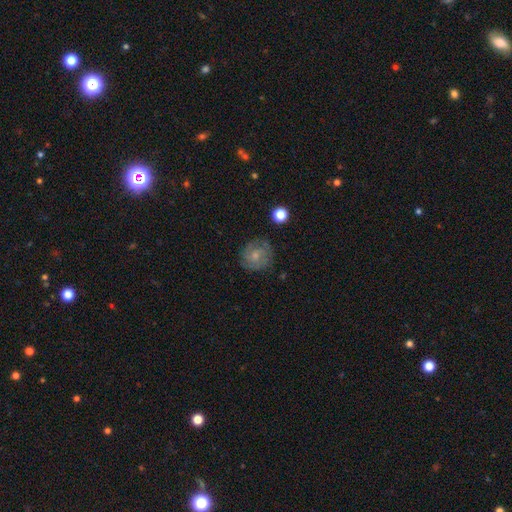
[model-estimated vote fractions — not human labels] A featured or disk galaxy (54%) with no bar (72%), spiral arms (83%) and a small central bulge (50%). Merging: none (76%).